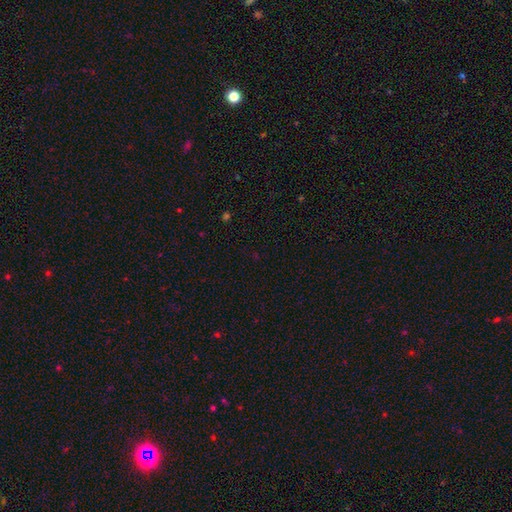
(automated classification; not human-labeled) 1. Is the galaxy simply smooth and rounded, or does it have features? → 67% star or artifact, 26% smooth, 7% featured or disk.